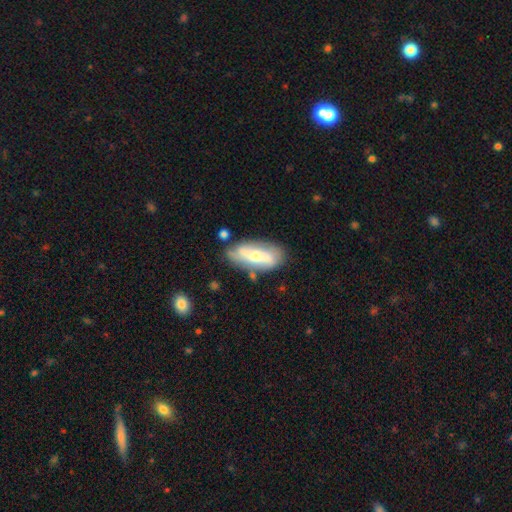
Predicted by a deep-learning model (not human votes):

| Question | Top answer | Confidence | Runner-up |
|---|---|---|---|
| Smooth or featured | featured or disk | 56% | smooth (38%) |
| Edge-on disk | no | 78% | yes (22%) |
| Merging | none | 71% | minor disturbance (19%) |